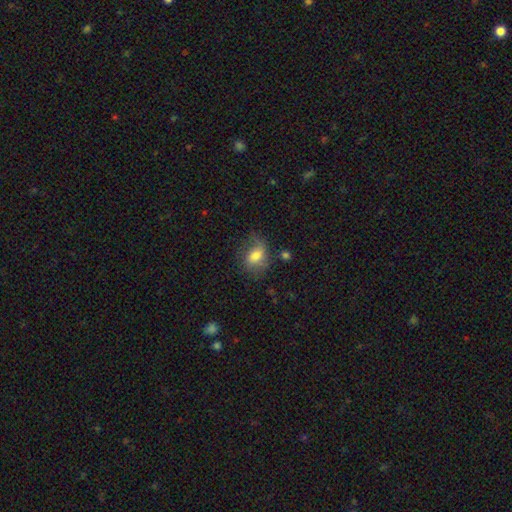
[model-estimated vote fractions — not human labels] Smooth or featured? smooth (61%)
How rounded? in between (68%)
Merging? none (51%)